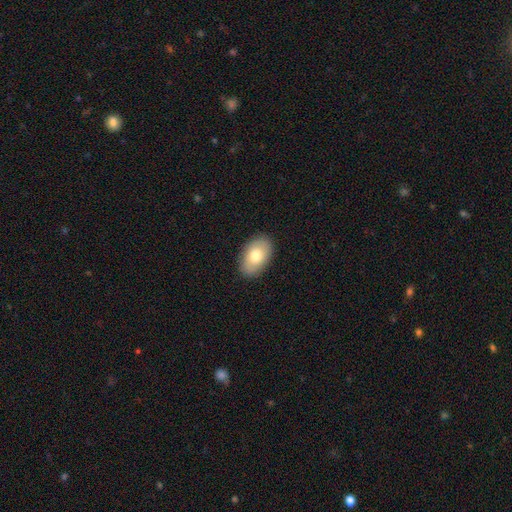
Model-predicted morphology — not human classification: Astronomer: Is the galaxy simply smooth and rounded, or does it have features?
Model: smooth — 75%.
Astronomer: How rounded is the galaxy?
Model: in between — 91%.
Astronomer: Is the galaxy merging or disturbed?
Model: none — 88%.